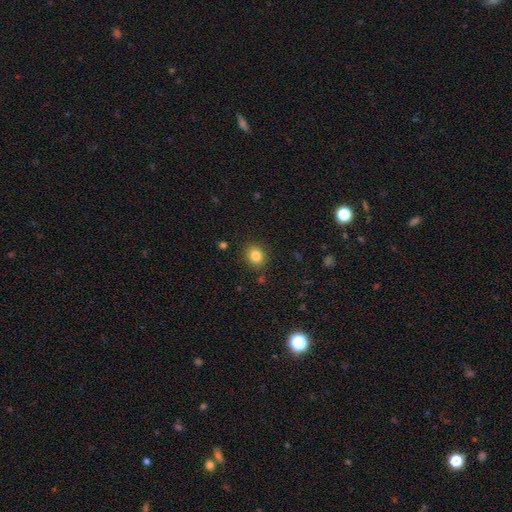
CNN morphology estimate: Smooth or featured? Predicted: smooth (p=0.83). How rounded? Predicted: round (p=0.72). Merging? Predicted: none (p=0.87).